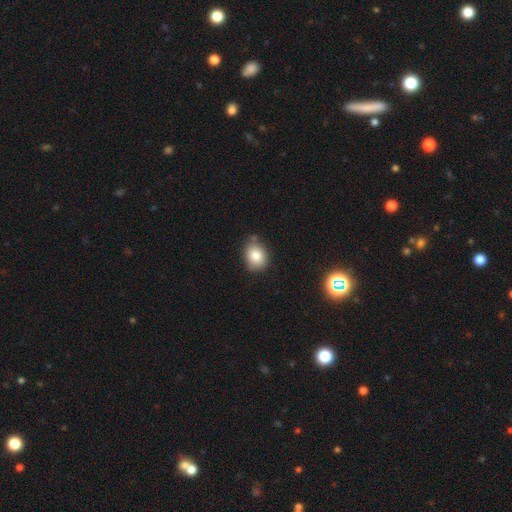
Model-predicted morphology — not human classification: Smooth or featured? smooth (81%)
How rounded? round (52%)
Merging? none (73%)